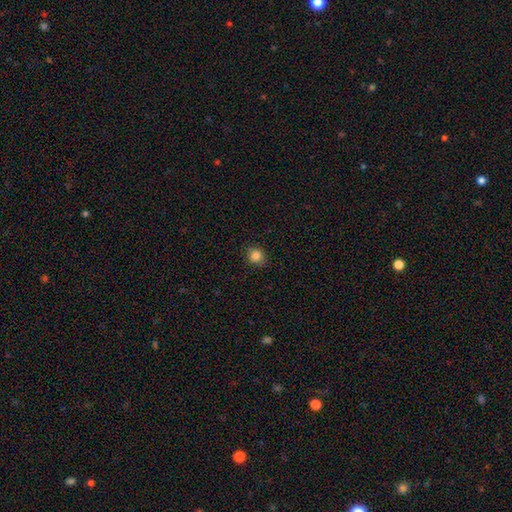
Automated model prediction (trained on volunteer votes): The model was most divided on "how rounded": round: 85%, in between: 14%, cigar-shaped: 1%. More confident: merging — none (86%); smooth or featured — smooth (84%).